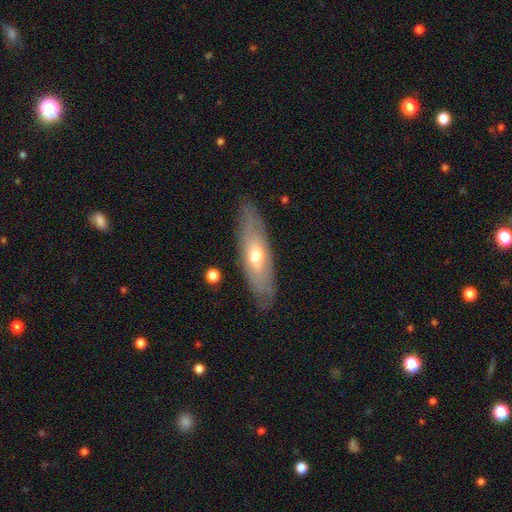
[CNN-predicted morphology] Smooth or featured?
  - featured or disk: 52% *
  - smooth: 42%
  - star or artifact: 6%
Edge-on disk?
  - no: 55% *
  - yes: 45%
Merging?
  - none: 83% *
  - minor disturbance: 13%
  - major disturbance: 3%
  - merger: 1%